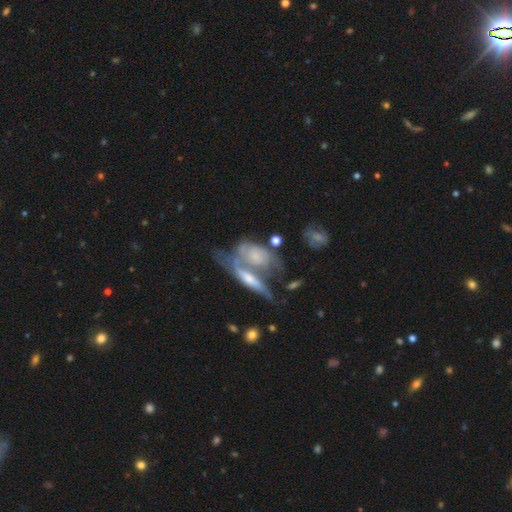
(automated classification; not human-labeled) smooth_or_featured: featured or disk (p=0.57) [alt: smooth p=0.35]
disk_edge_on: no (p=0.79) [alt: yes p=0.21]
merging: merger (p=0.55) [alt: none p=0.19]